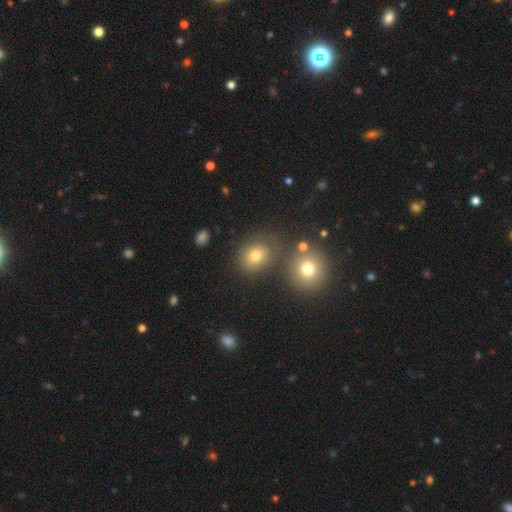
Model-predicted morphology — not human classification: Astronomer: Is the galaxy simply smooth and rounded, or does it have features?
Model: smooth — 70%.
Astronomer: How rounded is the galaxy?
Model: round — 64%.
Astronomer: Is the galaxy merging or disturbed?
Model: none — 72%.